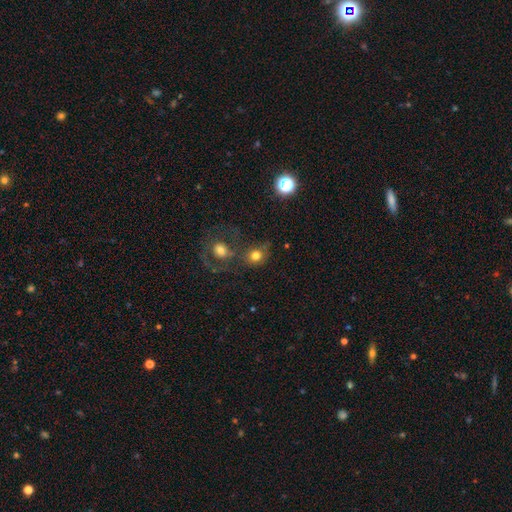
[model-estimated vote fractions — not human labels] This appears to be a smooth galaxy with no disk features (75%) that is round (80%). Merging: none (50%).